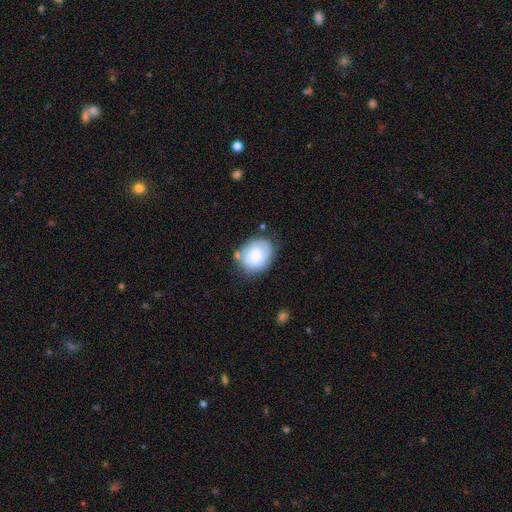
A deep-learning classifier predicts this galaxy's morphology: This appears to be a smooth galaxy with no disk features (80%) that is round (52%). Merging: none (64%).